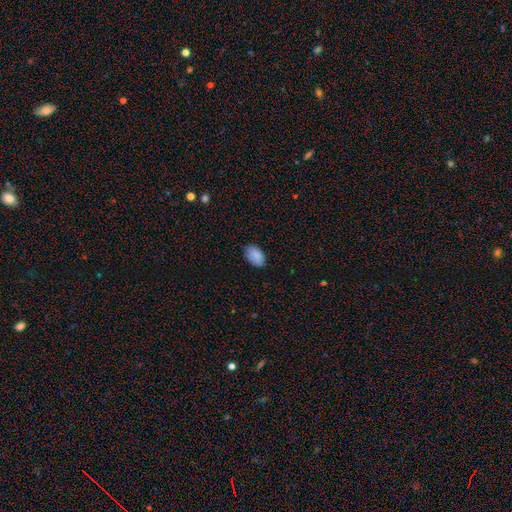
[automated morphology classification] The model was most divided on "merging": none: 83%, minor disturbance: 14%, major disturbance: 2%, merger: 1%. More confident: how rounded — in between (91%); smooth or featured — smooth (88%).